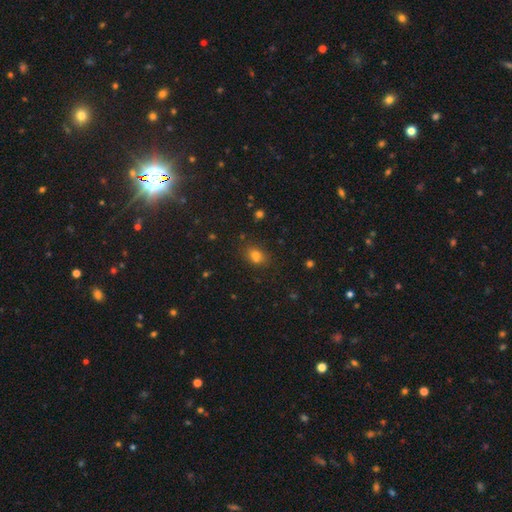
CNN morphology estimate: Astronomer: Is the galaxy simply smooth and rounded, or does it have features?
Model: smooth — 77%.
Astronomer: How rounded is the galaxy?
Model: in between — 68%.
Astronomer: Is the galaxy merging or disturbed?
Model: none — 73%.